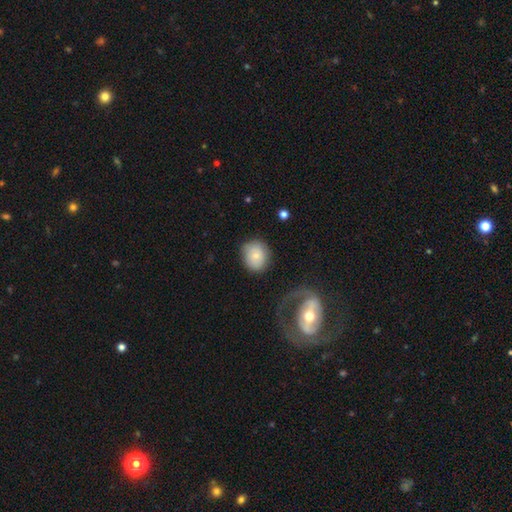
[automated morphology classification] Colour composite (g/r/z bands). It shows a smooth galaxy with no disk features (71%) that is round (69%). Merging: none (69%).